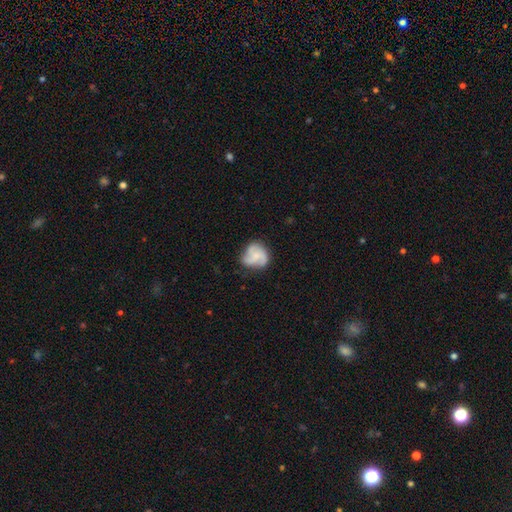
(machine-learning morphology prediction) smooth_or_featured: featured or disk (p=0.64) [alt: smooth p=0.29]
disk_edge_on: no (p=0.98) [alt: yes p=0.02]
bar: no (p=0.68) [alt: weak p=0.27]
has_spiral_arms: yes (p=0.92) [alt: no p=0.08]
spiral_winding: medium (p=0.49) [alt: loose p=0.26]
spiral_arm_count: 3 (p=0.68) [alt: 2 p=0.11]
bulge_size: small (p=0.46) [alt: none p=0.28]
merging: none (p=0.64) [alt: minor disturbance p=0.23]